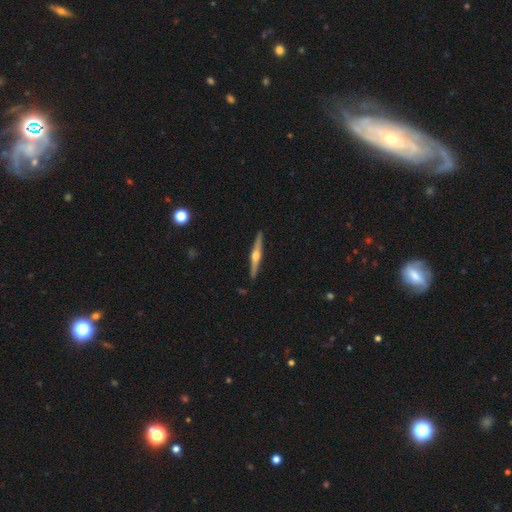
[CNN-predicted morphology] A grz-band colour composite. It shows a featured or disk galaxy (75%) viewed edge-on (98%) with a rounded central bulge (92%). Merging: none (91%).